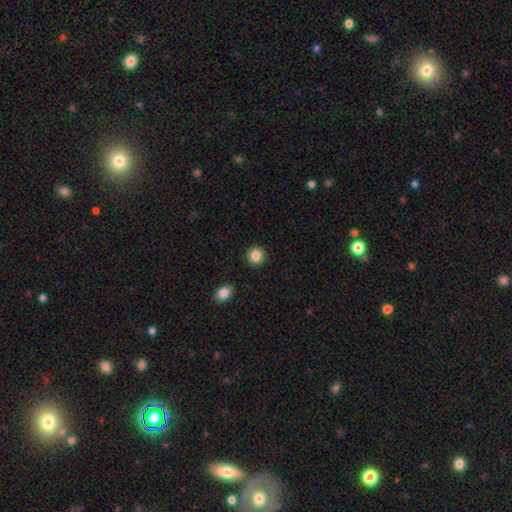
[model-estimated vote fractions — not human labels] A smooth galaxy with no disk features (86%) that is round (92%). Merging: none (91%).